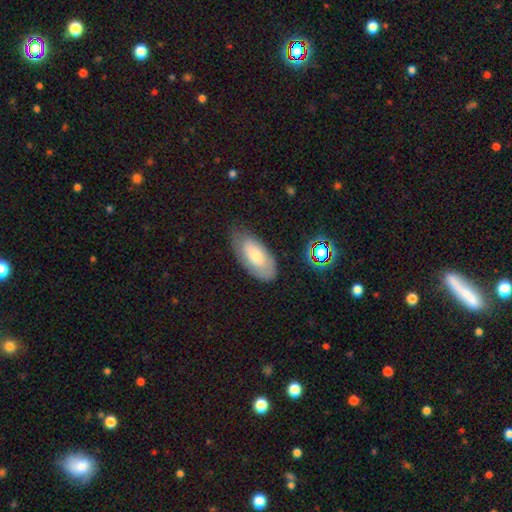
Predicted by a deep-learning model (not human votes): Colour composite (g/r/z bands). It shows a smooth galaxy with no disk features (61%) that is in between round and cigar-shaped (92%). Merging: none (67%).